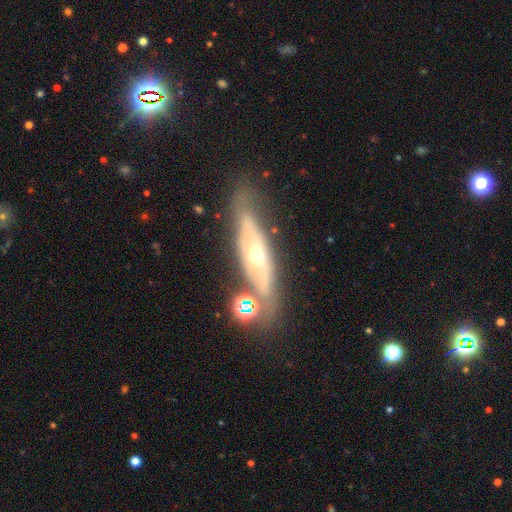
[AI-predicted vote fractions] Morphology: type=featured or disk (69%); edge-on=no (56%); merging=none (62%).